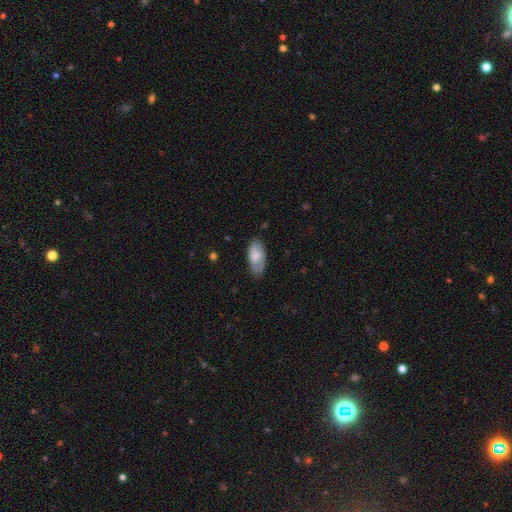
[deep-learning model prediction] Q: Smooth or featured?
A: smooth (72%); runner-up: featured or disk (22%)
Q: How rounded?
A: in between (92%); runner-up: cigar-shaped (6%)
Q: Merging?
A: none (68%); runner-up: minor disturbance (25%)